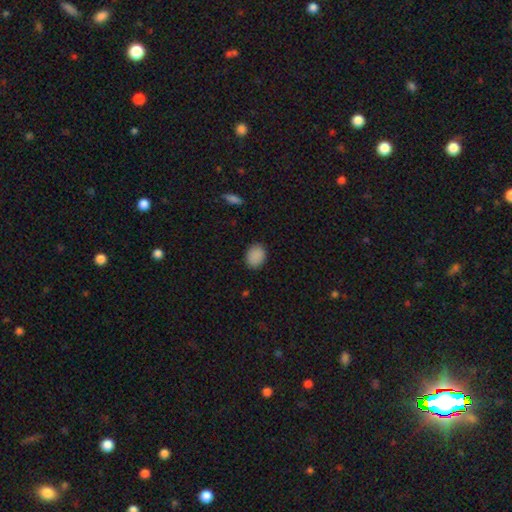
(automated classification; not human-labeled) This is clearly a smooth galaxy (89%). How rounded: likely in between (61%). Merging: clearly none (87%).